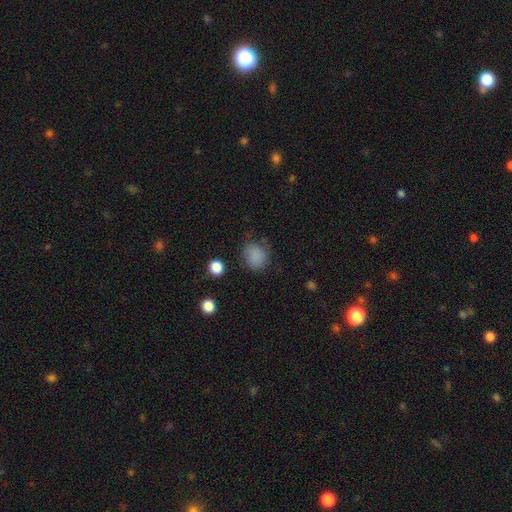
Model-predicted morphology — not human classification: smooth 83%, star or artifact 11%, featured or disk 5%. Down the decision tree: how rounded — round (71%); merging — none (75%).